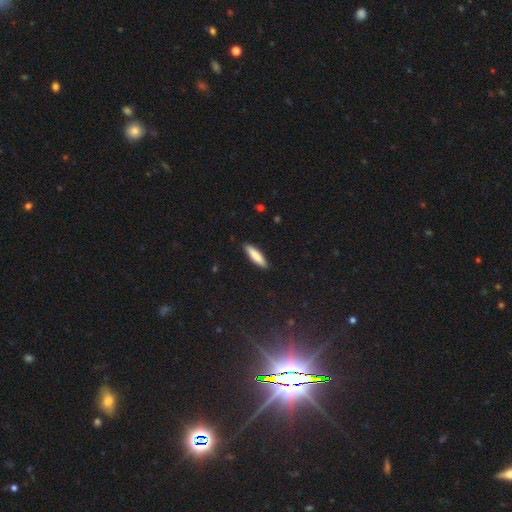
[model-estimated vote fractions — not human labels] Smooth or featured?
  - smooth: 82% *
  - featured or disk: 12%
  - star or artifact: 6%
How rounded?
  - cigar-shaped: 77% *
  - in between: 22%
  - round: 1%
Merging?
  - none: 89% *
  - minor disturbance: 8%
  - major disturbance: 2%
  - merger: 1%